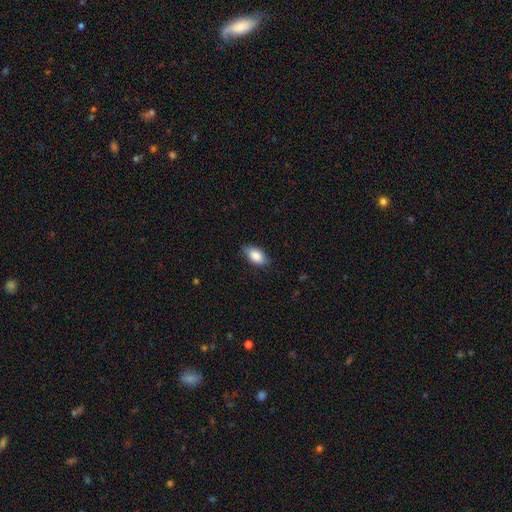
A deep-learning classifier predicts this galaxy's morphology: type=smooth (85%); roundness=in between (91%); merging=none (78%).